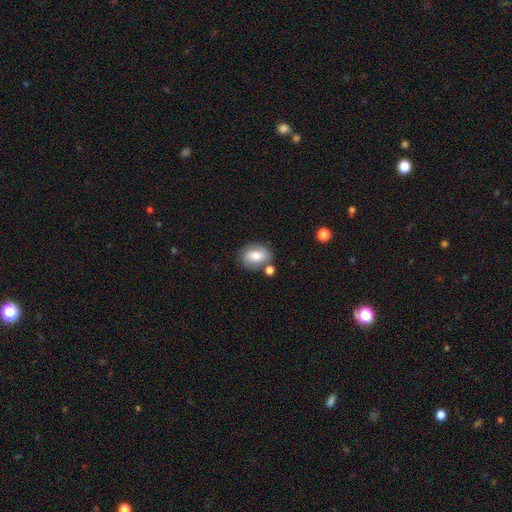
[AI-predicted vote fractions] Smooth or featured: smooth — 69% (featured or disk — 22%)
How rounded: in between — 65% (round — 34%)
Merging: none — 66% (minor disturbance — 16%)